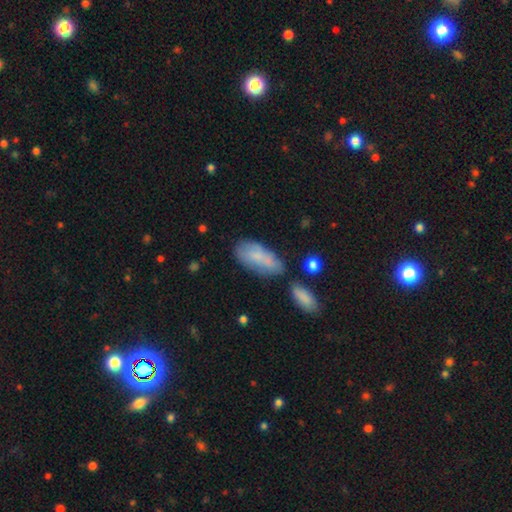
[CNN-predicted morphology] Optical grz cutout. It shows a smooth galaxy with no disk features (70%) that is in between round and cigar-shaped (89%). Merging: none (45%).